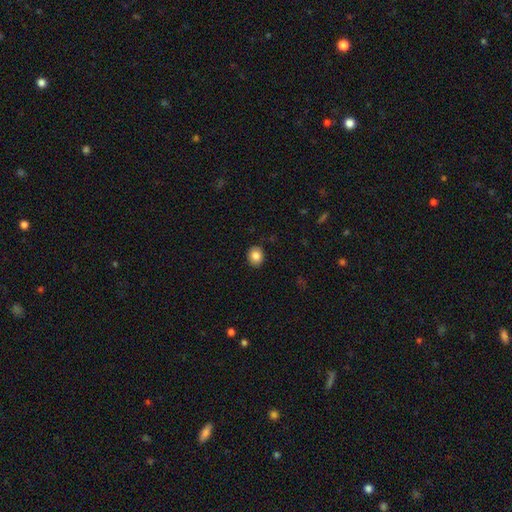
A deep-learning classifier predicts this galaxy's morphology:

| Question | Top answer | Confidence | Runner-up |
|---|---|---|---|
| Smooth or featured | smooth | 84% | star or artifact (9%) |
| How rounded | round | 64% | in between (35%) |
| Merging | none | 88% | minor disturbance (9%) |